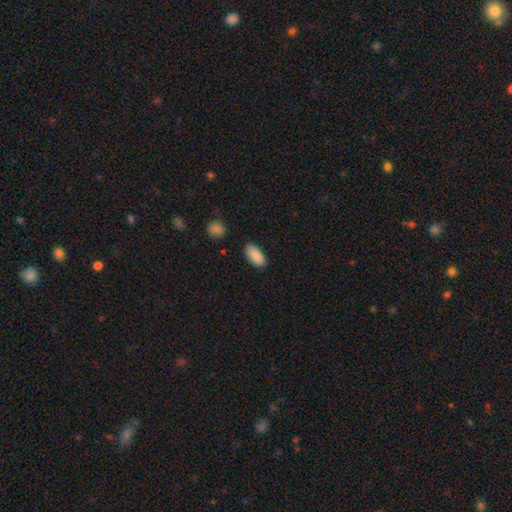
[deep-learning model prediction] The model was most divided on "merging": none: 85%, minor disturbance: 11%, major disturbance: 2%, merger: 2%. More confident: how rounded — in between (92%); smooth or featured — smooth (89%).